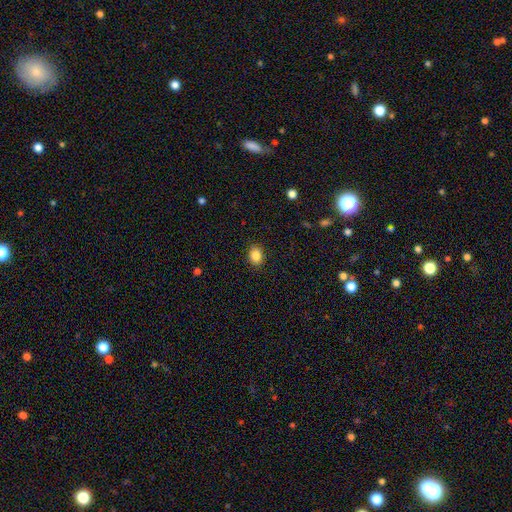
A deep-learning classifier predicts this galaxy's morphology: smooth-or-featured: smooth: 85% | star or artifact: 10% | featured or disk: 5%
  how-rounded: in between: 56% | round: 43% | cigar-shaped: 1%
  merging: none: 89% | minor disturbance: 8% | major disturbance: 2% | merger: 1%